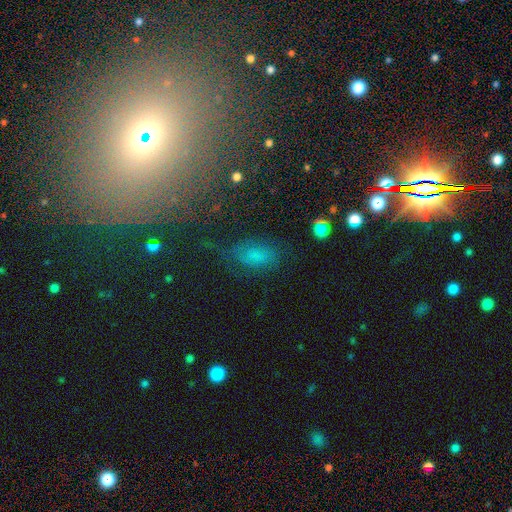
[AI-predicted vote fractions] A smooth galaxy with no disk features (65%) that is in between round and cigar-shaped (88%). Merging: none (64%).